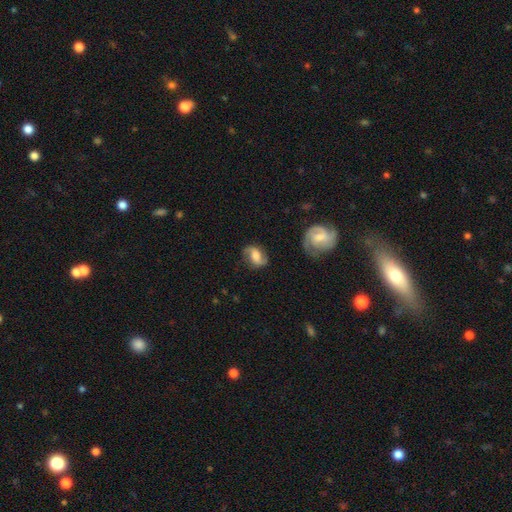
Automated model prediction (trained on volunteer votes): Smooth or featured: featured or disk — 68% (smooth — 25%)
Edge-on disk: no — 96% (yes — 4%)
Bar: weak — 44% (no — 36%)
Spiral arms: yes — 93% (no — 7%)
Spiral winding: loose — 45% (medium — 40%)
Spiral arm count: 2 — 90% (can't tell — 4%)
Bulge size: moderate — 45% (large — 22%)
Merging: none — 73% (minor disturbance — 19%)